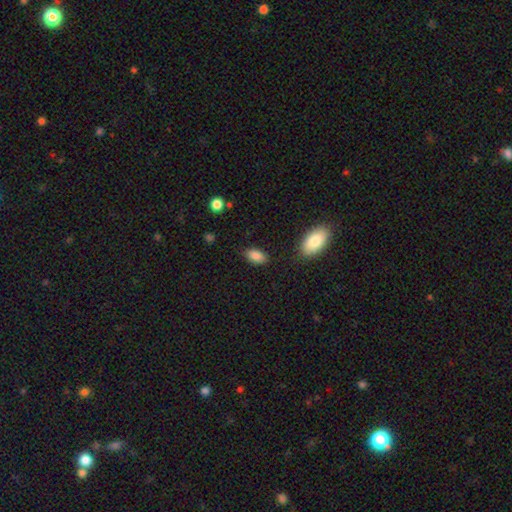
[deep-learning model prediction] Smooth or featured? smooth (86%)
How rounded? in between (92%)
Merging? none (83%)